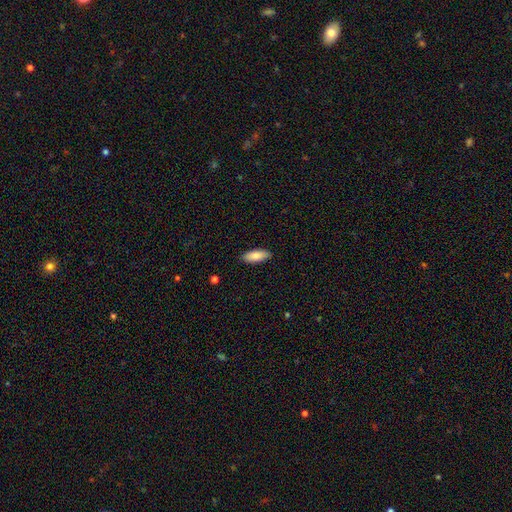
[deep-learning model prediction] Smooth or featured?
  - smooth: 85% *
  - featured or disk: 9%
  - star or artifact: 6%
How rounded?
  - in between: 74% *
  - cigar-shaped: 24%
  - round: 2%
Merging?
  - none: 88% *
  - minor disturbance: 9%
  - major disturbance: 2%
  - merger: 1%